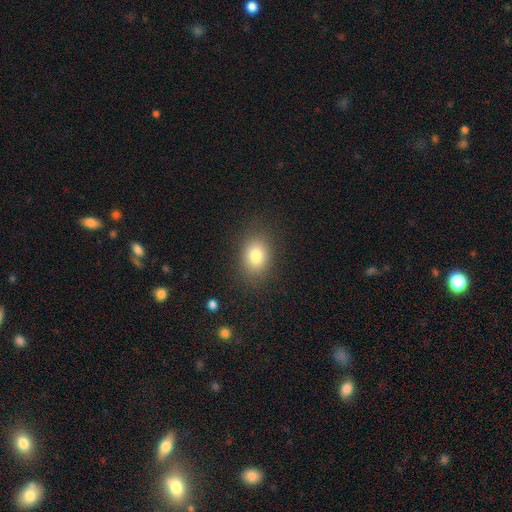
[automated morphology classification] Smooth or featured? smooth (81%)
How rounded? in between (66%)
Merging? none (85%)